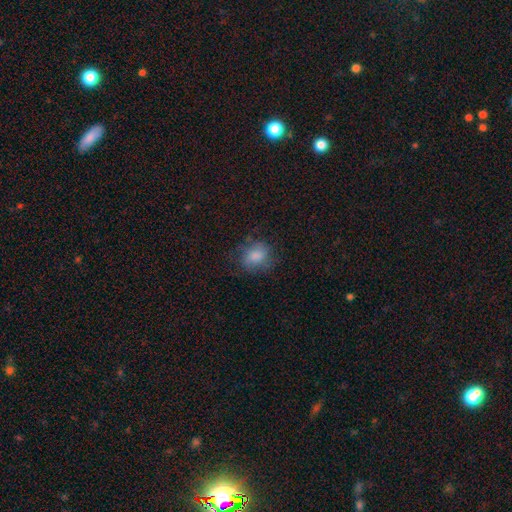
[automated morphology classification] Smooth or featured? Predicted: smooth (p=0.74). How rounded? Predicted: round (p=0.52). Merging? Predicted: none (p=0.64).